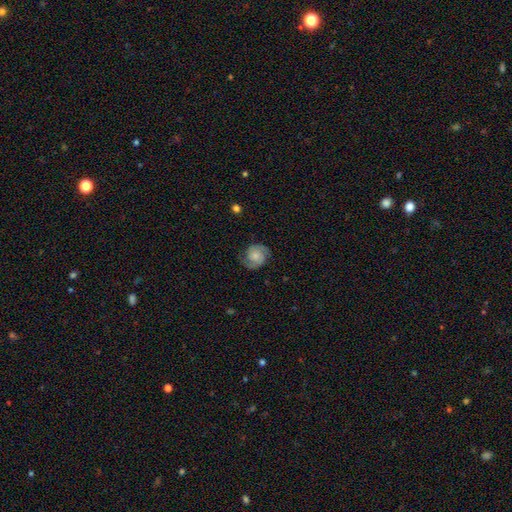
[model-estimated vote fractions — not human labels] Smooth or featured? featured or disk (74%)
Edge-on disk? no (98%)
Bar? no (72%)
Spiral arms? yes (96%)
Spiral winding? medium (44%)
Spiral arm count? 2 (89%)
Bulge size? small (46%)
Merging? none (79%)